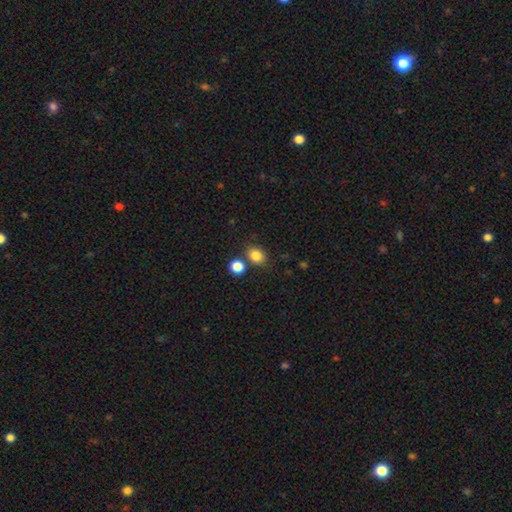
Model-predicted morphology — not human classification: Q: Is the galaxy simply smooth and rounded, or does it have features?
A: smooth — 84%.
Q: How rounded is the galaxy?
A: round — 51%.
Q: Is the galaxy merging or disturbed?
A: none — 71%.